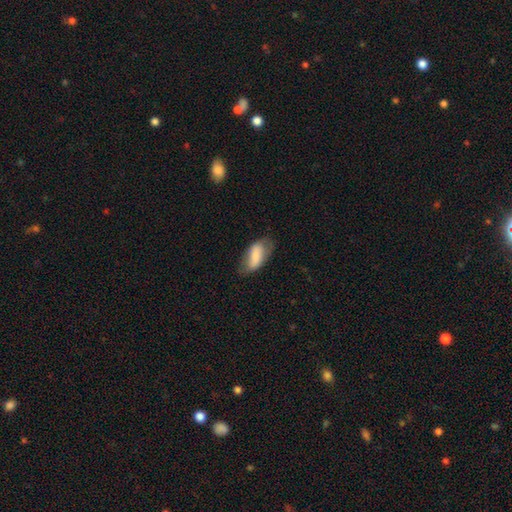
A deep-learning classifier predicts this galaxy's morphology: type=smooth (73%); roundness=in between (90%); merging=none (57%).